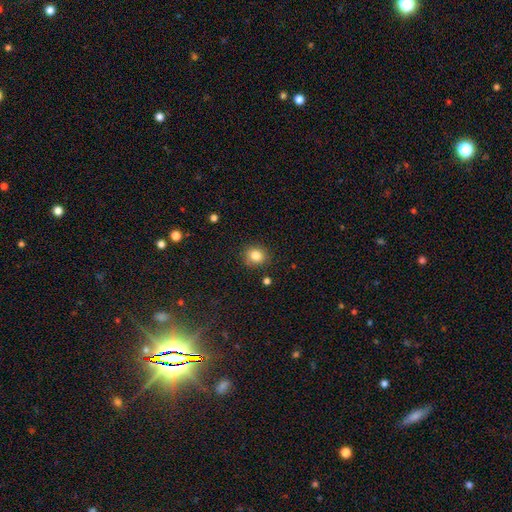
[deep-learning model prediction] smooth-or-featured: smooth: 84% | star or artifact: 11% | featured or disk: 6%
  how-rounded: round: 76% | in between: 23% | cigar-shaped: 1%
  merging: none: 83% | minor disturbance: 12% | major disturbance: 3% | merger: 2%